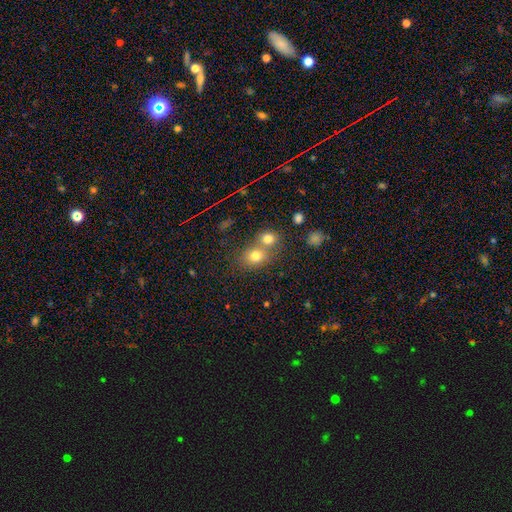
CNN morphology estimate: smooth-or-featured: smooth: 76% | star or artifact: 14% | featured or disk: 10%
  how-rounded: round: 67% | in between: 32% | cigar-shaped: 1%
  merging: none: 45% | merger: 44% | minor disturbance: 8% | major disturbance: 3%